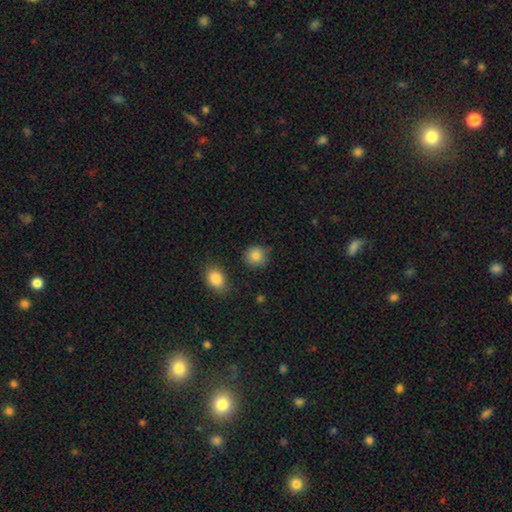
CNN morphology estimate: A smooth galaxy with no disk features (85%) that is round (88%).

Vote fractions:
- Smooth or featured? smooth: 85% / star or artifact: 9% / featured or disk: 6%
- How rounded? round: 88% / in between: 11% / cigar-shaped: 1%
- Merging? none: 81% / minor disturbance: 13% / merger: 4% / major disturbance: 3%